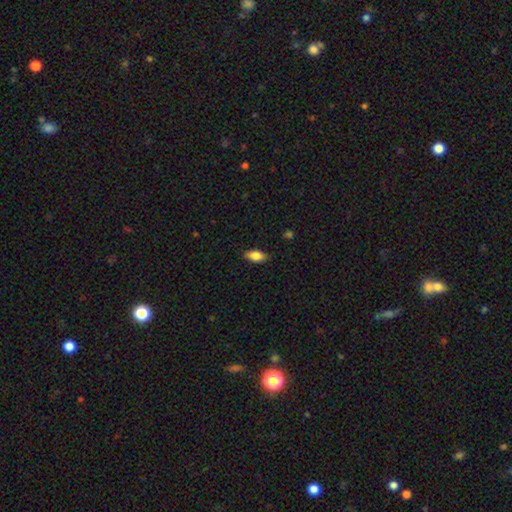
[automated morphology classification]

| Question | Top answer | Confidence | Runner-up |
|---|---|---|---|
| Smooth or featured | smooth | 83% | featured or disk (10%) |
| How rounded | in between | 87% | cigar-shaped (9%) |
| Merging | none | 85% | minor disturbance (12%) |